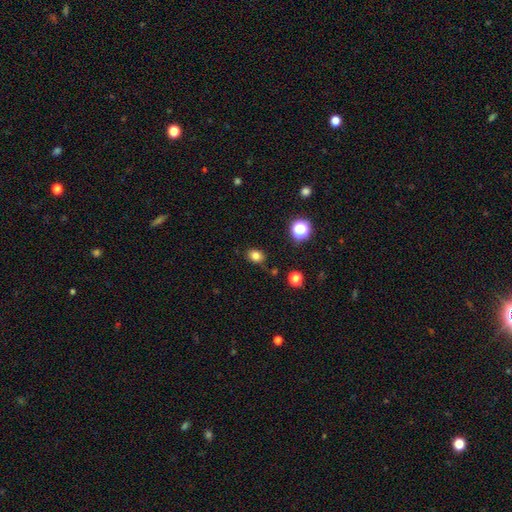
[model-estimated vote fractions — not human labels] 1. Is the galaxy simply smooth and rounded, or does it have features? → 80% smooth, 14% star or artifact, 6% featured or disk.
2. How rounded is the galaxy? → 56% in between, 43% round, 1% cigar-shaped.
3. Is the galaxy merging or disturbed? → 77% none, 16% minor disturbance, 4% major disturbance, 3% merger.